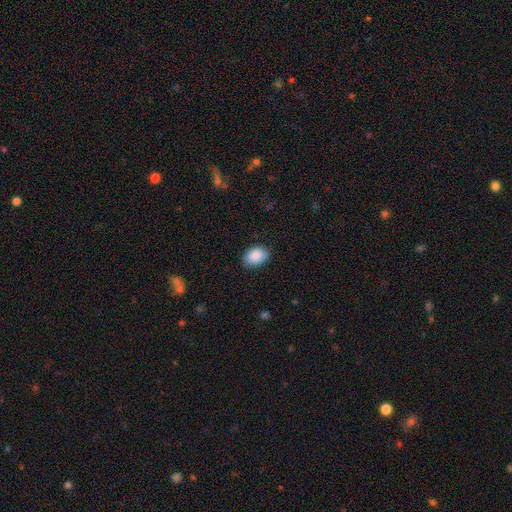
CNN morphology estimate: Q: Smooth or featured?
A: smooth (90%); runner-up: star or artifact (6%)
Q: How rounded?
A: in between (81%); runner-up: round (18%)
Q: Merging?
A: none (83%); runner-up: minor disturbance (13%)